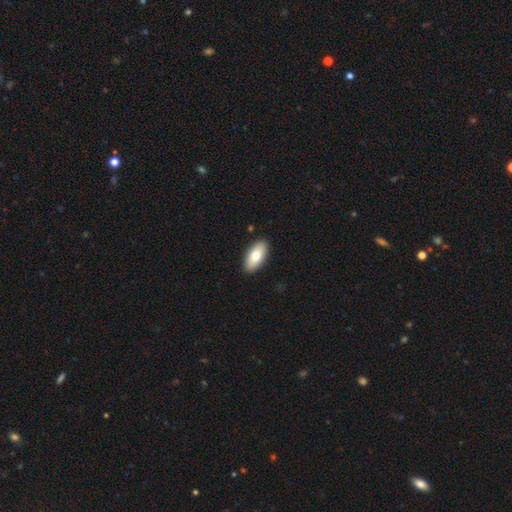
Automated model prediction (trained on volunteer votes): smooth_or_featured: smooth (p=0.76) [alt: featured or disk p=0.18]
how_rounded: in between (p=0.90) [alt: cigar-shaped p=0.08]
merging: none (p=0.90) [alt: minor disturbance p=0.07]